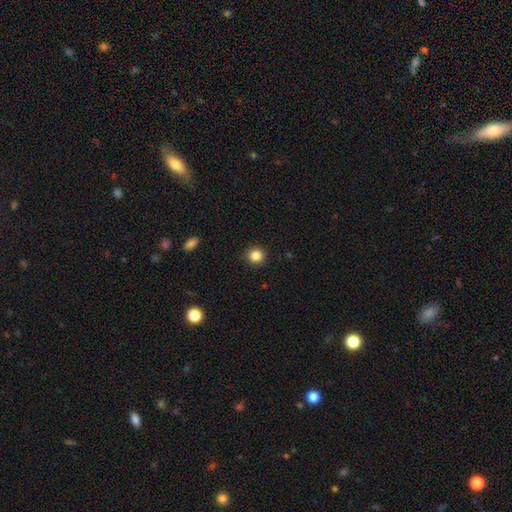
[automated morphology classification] Smooth or featured? smooth (85%)
How rounded? round (91%)
Merging? none (89%)